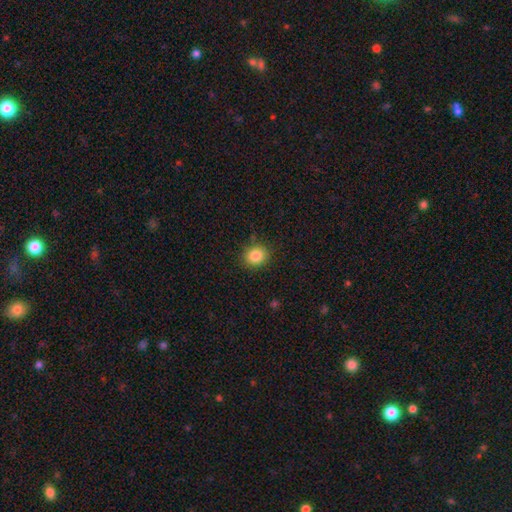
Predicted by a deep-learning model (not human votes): The model was most divided on "how rounded": round: 77%, in between: 22%, cigar-shaped: 1%. More confident: merging — none (87%); smooth or featured — smooth (85%).